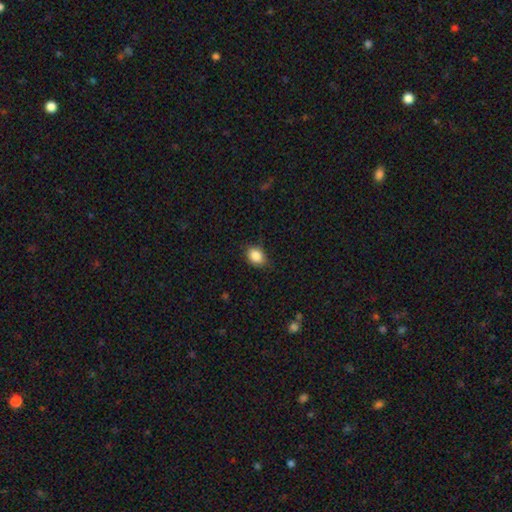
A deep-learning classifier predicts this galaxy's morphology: Smooth or featured?
  - smooth: 86% *
  - star or artifact: 8%
  - featured or disk: 5%
How rounded?
  - in between: 62% *
  - round: 37%
  - cigar-shaped: 1%
Merging?
  - none: 76% *
  - minor disturbance: 19%
  - major disturbance: 4%
  - merger: 1%